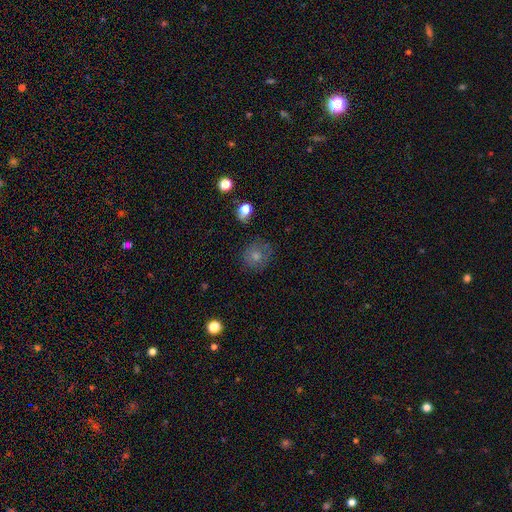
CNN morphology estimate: Q: Smooth or featured?
A: smooth (73%); runner-up: featured or disk (15%)
Q: How rounded?
A: round (79%); runner-up: in between (20%)
Q: Merging?
A: none (68%); runner-up: minor disturbance (21%)